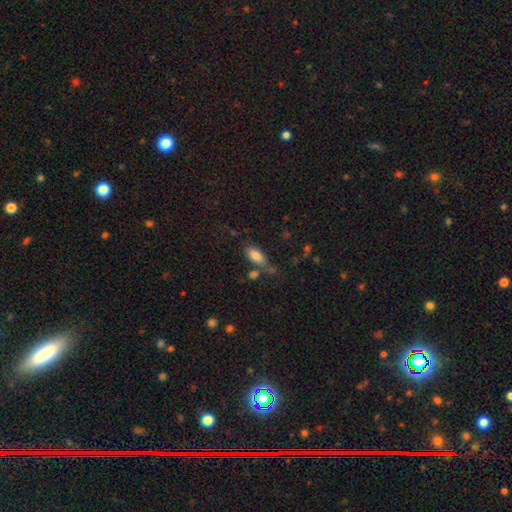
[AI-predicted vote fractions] smooth-or-featured: smooth: 80% | featured or disk: 11% | star or artifact: 8%
  how-rounded: in between: 83% | cigar-shaped: 14% | round: 3%
  merging: none: 55% | minor disturbance: 21% | merger: 15% | major disturbance: 8%